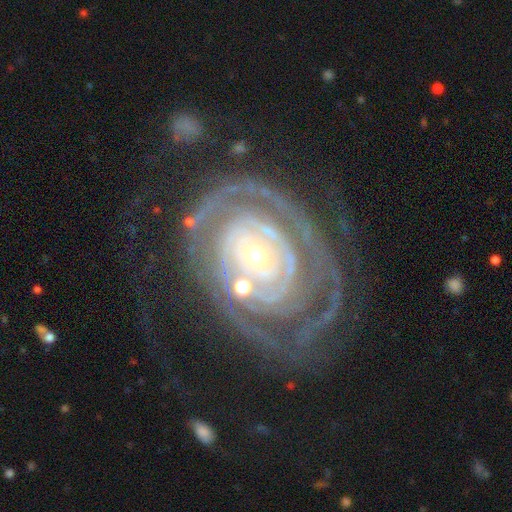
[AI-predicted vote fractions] Morphology: type=featured or disk (87%); edge-on=no (96%); bar=no (77%); spiral arms=yes (89%); winding=tight (80%); arm count=can't tell (35%); bulge=small (62%); merging=none (61%).